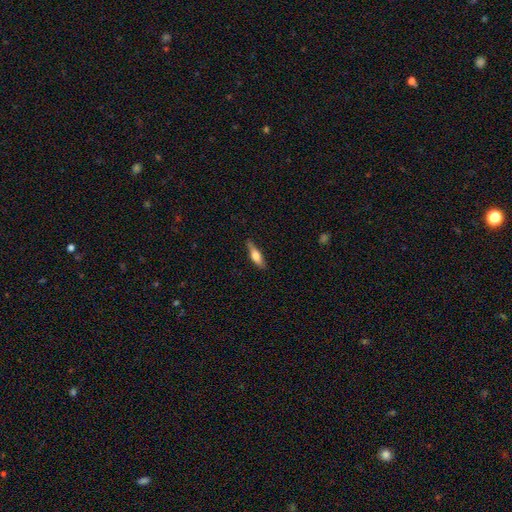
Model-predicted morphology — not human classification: Q: Smooth or featured?
A: smooth (65%); runner-up: featured or disk (29%)
Q: How rounded?
A: cigar-shaped (55%); runner-up: in between (43%)
Q: Merging?
A: none (74%); runner-up: minor disturbance (21%)